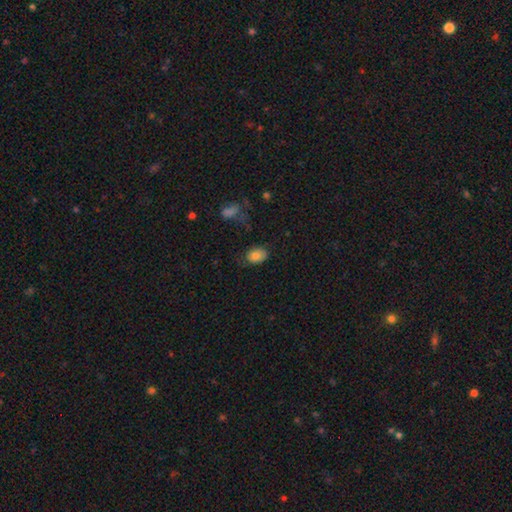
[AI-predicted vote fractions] This is clearly a smooth galaxy (81%). How rounded: likely in between (76%). Merging: likely none (66%).